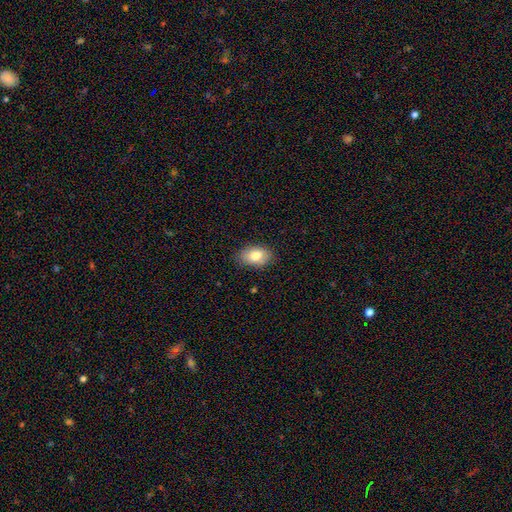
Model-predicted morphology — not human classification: smooth-or-featured: smooth: 81% | featured or disk: 11% | star or artifact: 8%
  how-rounded: in between: 88% | round: 11% | cigar-shaped: 1%
  merging: none: 83% | minor disturbance: 13% | major disturbance: 3% | merger: 1%